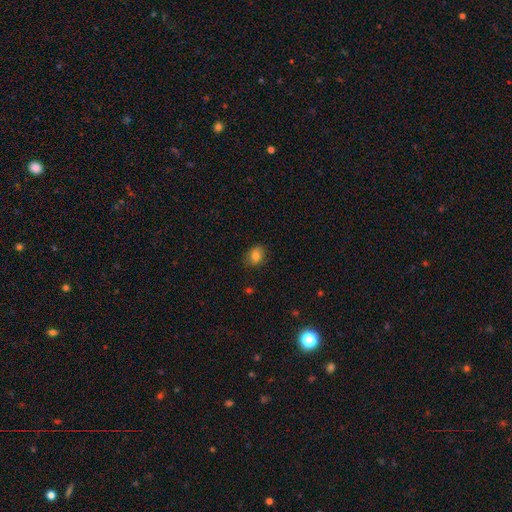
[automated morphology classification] Smooth or featured? Predicted: smooth (p=0.80). How rounded? Predicted: in between (p=0.52). Merging? Predicted: none (p=0.82).